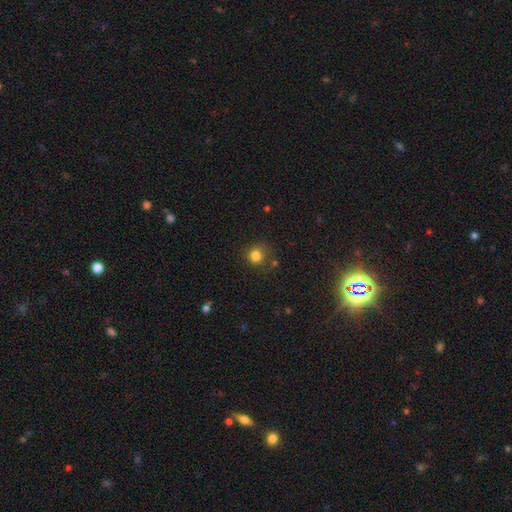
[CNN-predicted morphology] smooth-or-featured: smooth: 81% | star or artifact: 13% | featured or disk: 6%
  how-rounded: round: 88% | in between: 12% | cigar-shaped: 1%
  merging: none: 73% | minor disturbance: 17% | major disturbance: 6% | merger: 5%